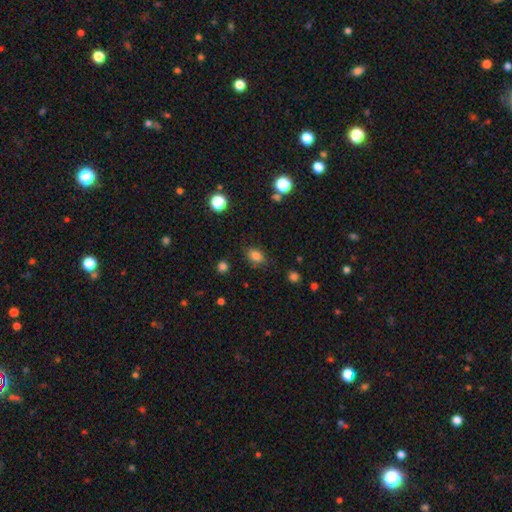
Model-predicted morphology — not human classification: The model was most divided on "how rounded": in between: 74%, round: 24%, cigar-shaped: 2%. More confident: smooth or featured — smooth (82%); merging — none (79%).